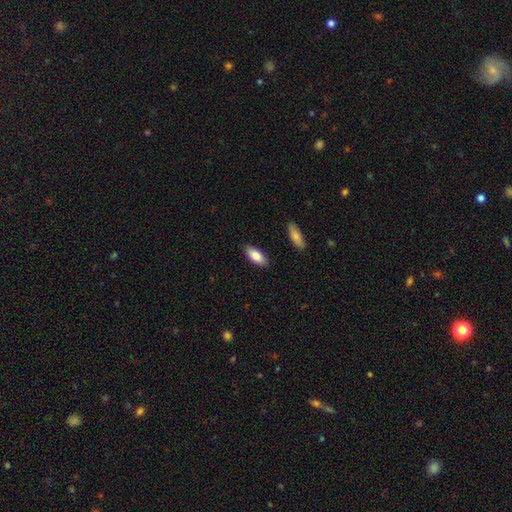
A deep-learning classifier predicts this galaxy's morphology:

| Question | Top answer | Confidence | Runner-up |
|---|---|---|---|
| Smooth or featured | smooth | 83% | featured or disk (11%) |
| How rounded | in between | 82% | cigar-shaped (16%) |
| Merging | none | 87% | minor disturbance (9%) |